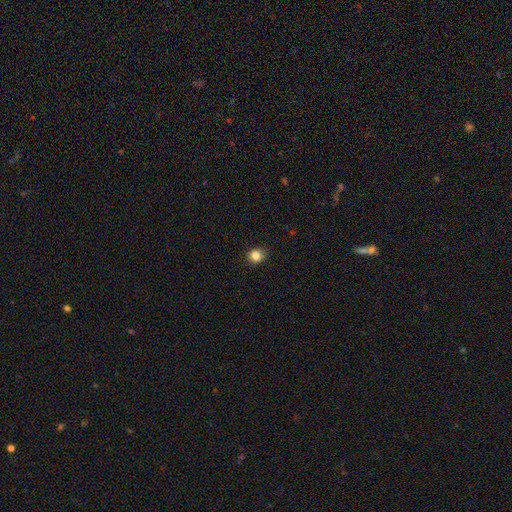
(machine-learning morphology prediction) smooth_or_featured: smooth (p=0.85) [alt: star or artifact p=0.11]
how_rounded: round (p=0.81) [alt: in between p=0.18]
merging: none (p=0.88) [alt: minor disturbance p=0.09]